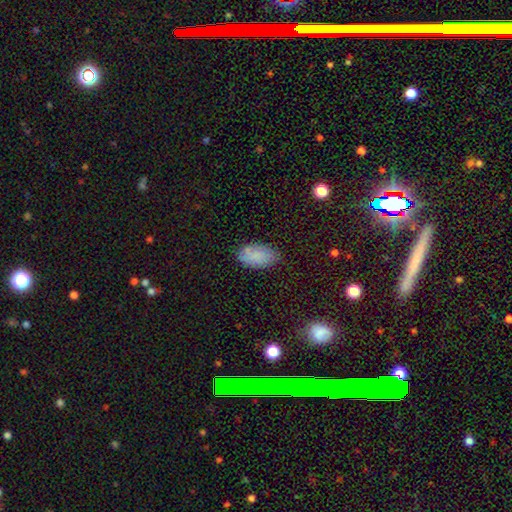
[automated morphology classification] This is clearly a smooth galaxy (83%). How rounded: clearly in between (94%). Merging: likely none (78%).